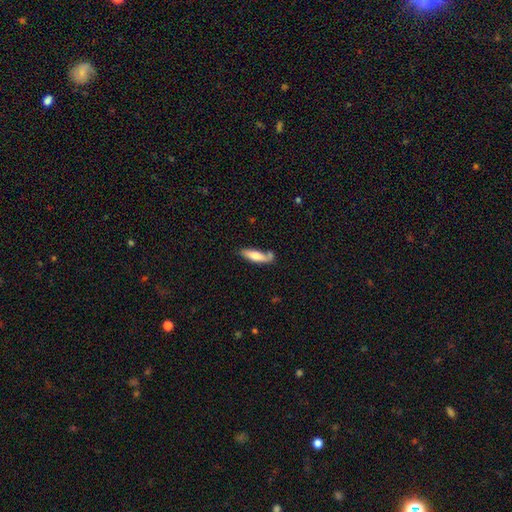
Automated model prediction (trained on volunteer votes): This is likely a smooth galaxy (69%). How rounded: possibly cigar-shaped (59%). Merging: possibly none (59%).